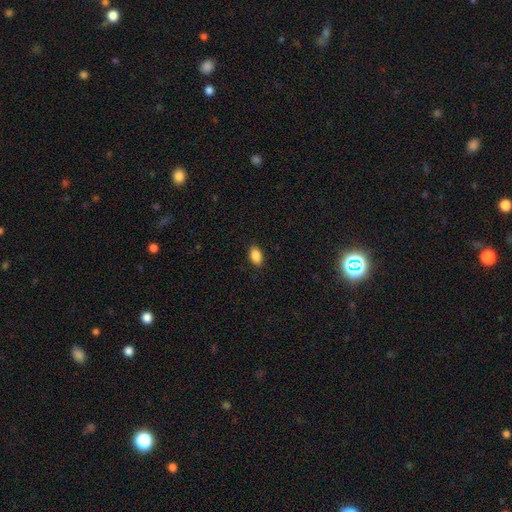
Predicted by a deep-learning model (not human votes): Smooth or featured? Predicted: smooth (p=0.88). How rounded? Predicted: in between (p=0.91). Merging? Predicted: none (p=0.89).